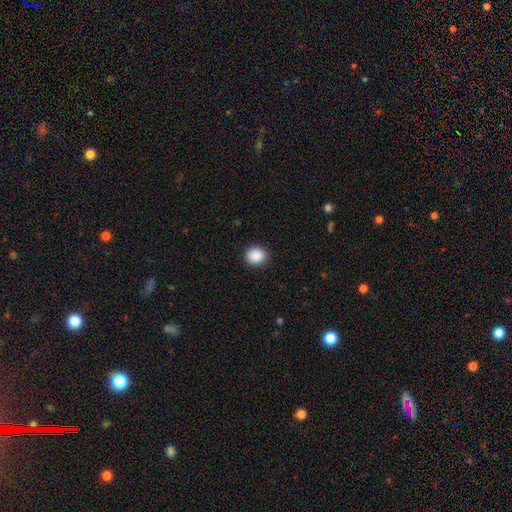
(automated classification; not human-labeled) Smooth or featured: smooth — 90% (star or artifact — 8%)
How rounded: round — 79% (in between — 20%)
Merging: none — 91% (minor disturbance — 6%)